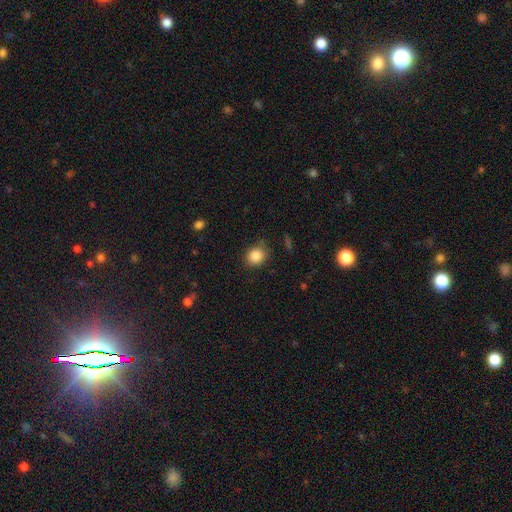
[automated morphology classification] type=smooth (86%); roundness=round (70%); merging=none (82%).